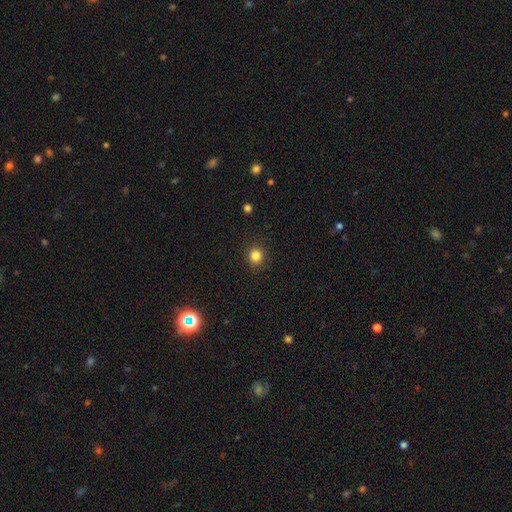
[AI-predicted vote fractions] This appears to be a smooth galaxy with no disk features (83%) that is round (89%). Merging: none (91%).